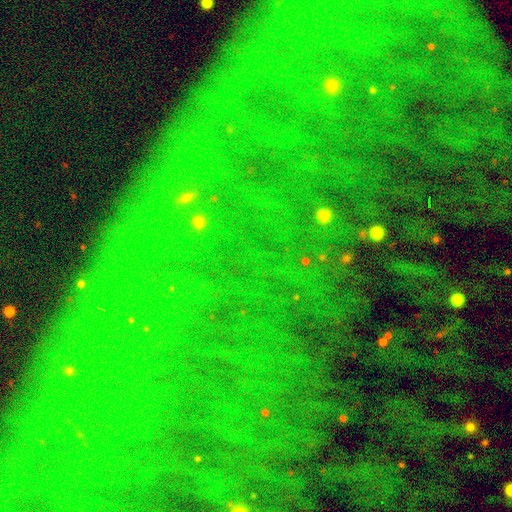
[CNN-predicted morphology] A star or artifact, not a galaxy (84%).